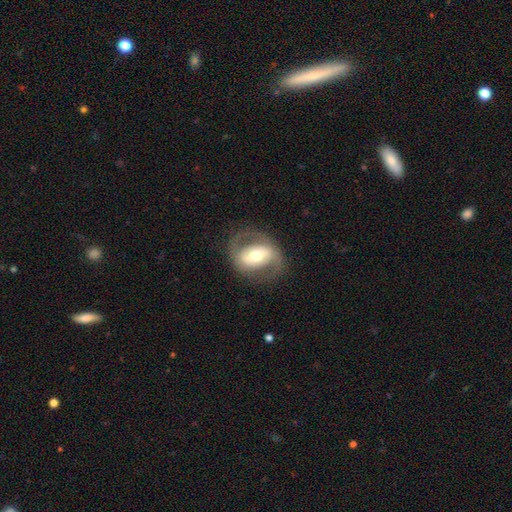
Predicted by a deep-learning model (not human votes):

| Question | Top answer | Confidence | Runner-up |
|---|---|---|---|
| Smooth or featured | featured or disk | 68% | smooth (26%) |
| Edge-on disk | no | 95% | yes (5%) |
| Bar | strong | 36% | no (33%) |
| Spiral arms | yes | 58% | no (42%) |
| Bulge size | moderate | 67% | small (17%) |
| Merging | none | 75% | minor disturbance (13%) |